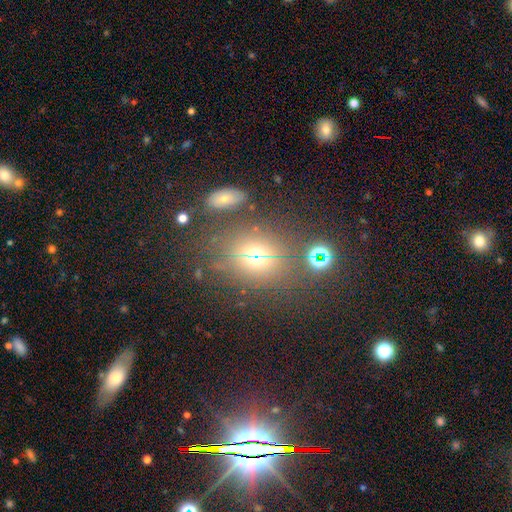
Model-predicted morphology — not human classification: smooth 44%, star or artifact 38%, featured or disk 18%. Down the decision tree: merging — none (65%).